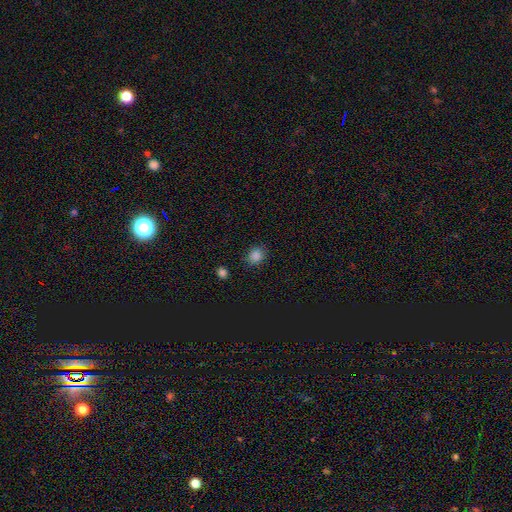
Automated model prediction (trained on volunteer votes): smooth_or_featured: smooth (p=0.83) [alt: star or artifact p=0.14]
how_rounded: round (p=0.68) [alt: in between p=0.31]
merging: none (p=0.83) [alt: minor disturbance p=0.12]